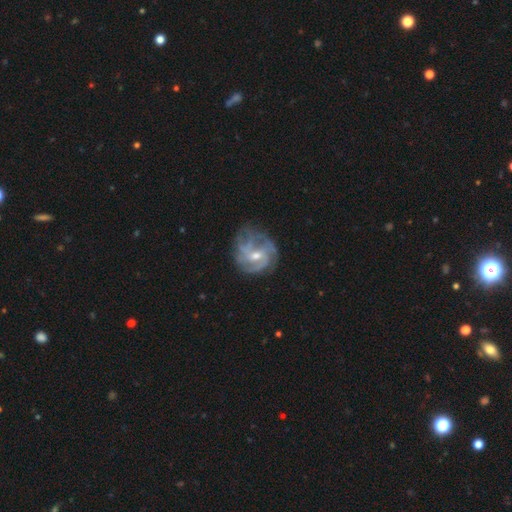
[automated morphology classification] Q: Smooth or featured?
A: featured or disk (82%); runner-up: smooth (11%)
Q: Edge-on disk?
A: no (98%); runner-up: yes (2%)
Q: Bar?
A: weak (49%); runner-up: no (38%)
Q: Spiral arms?
A: yes (91%); runner-up: no (9%)
Q: Spiral winding?
A: tight (43%); runner-up: medium (41%)
Q: Spiral arm count?
A: can't tell (31%); runner-up: 3 (27%)
Q: Bulge size?
A: moderate (52%); runner-up: small (43%)
Q: Merging?
A: none (65%); runner-up: minor disturbance (21%)